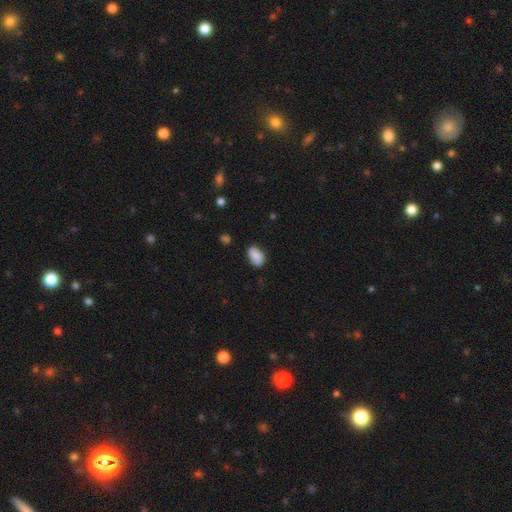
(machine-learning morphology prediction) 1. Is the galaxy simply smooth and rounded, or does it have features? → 87% smooth, 7% star or artifact, 6% featured or disk.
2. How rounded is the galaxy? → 91% in between, 8% round, 2% cigar-shaped.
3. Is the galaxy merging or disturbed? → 76% none, 19% minor disturbance, 4% major disturbance, 2% merger.